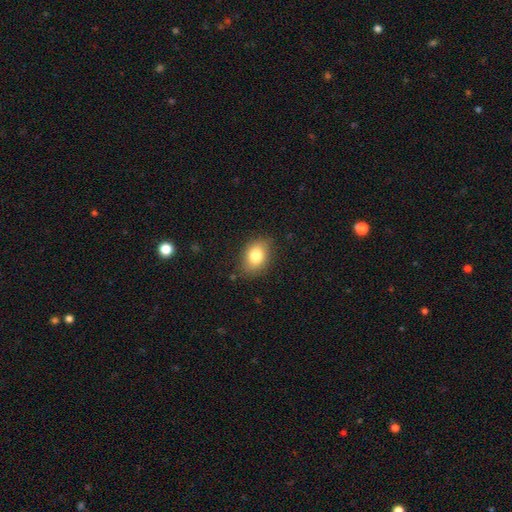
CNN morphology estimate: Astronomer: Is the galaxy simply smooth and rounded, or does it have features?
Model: smooth — 81%.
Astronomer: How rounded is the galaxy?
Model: in between — 75%.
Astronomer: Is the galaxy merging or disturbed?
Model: none — 84%.